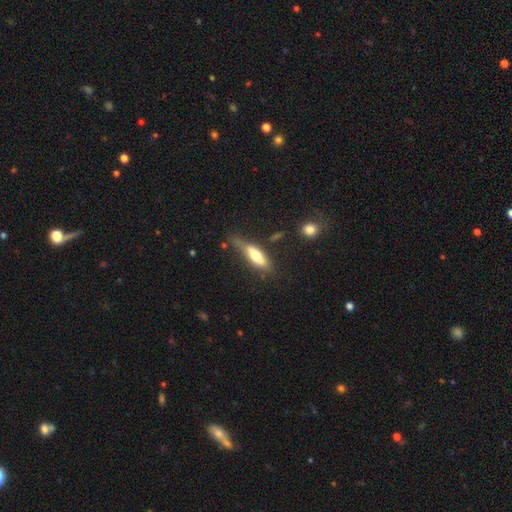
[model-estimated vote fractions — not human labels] A smooth galaxy with no disk features (54%) that is cigar-shaped (56%).

Vote fractions:
- Smooth or featured? smooth: 54% / featured or disk: 40% / star or artifact: 7%
- How rounded? cigar-shaped: 56% / in between: 42% / round: 2%
- Merging? none: 50% / minor disturbance: 30% / major disturbance: 14% / merger: 6%